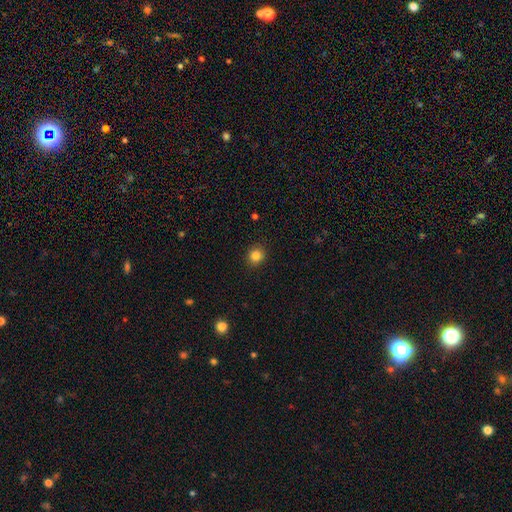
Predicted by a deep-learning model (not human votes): Smooth or featured: smooth — 84% (star or artifact — 12%)
How rounded: round — 87% (in between — 12%)
Merging: none — 90% (minor disturbance — 7%)